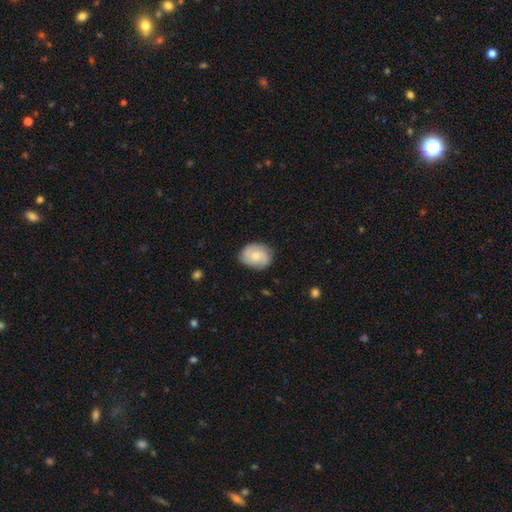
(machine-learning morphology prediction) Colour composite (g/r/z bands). It shows a smooth galaxy with no disk features (47%). Merging: none (78%).